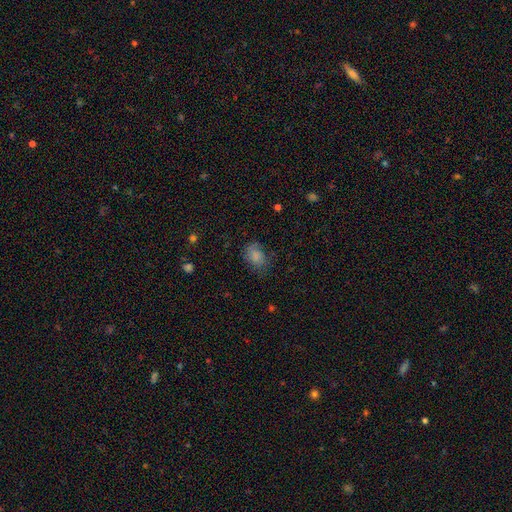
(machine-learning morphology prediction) Overall: smooth (78%). How rounded: in between (70%). Merging: none (64%; minor disturbance 25%).